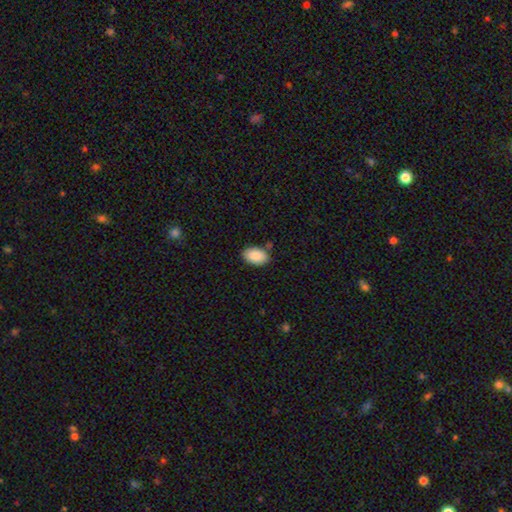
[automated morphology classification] Smooth or featured: smooth — 90% (star or artifact — 6%)
How rounded: in between — 92% (round — 7%)
Merging: none — 82% (minor disturbance — 12%)